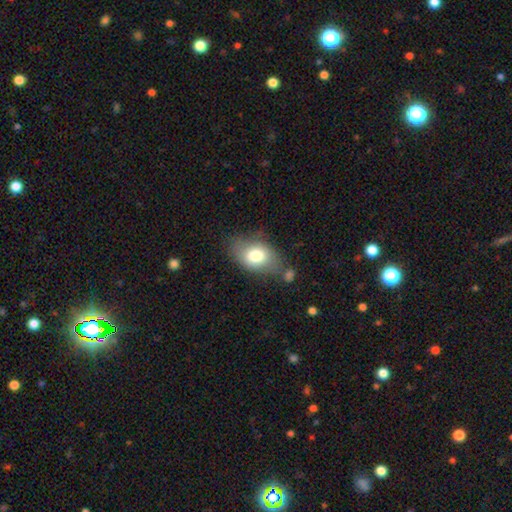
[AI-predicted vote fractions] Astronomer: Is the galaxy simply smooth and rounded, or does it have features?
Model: smooth — 75%.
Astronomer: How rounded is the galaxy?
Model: in between — 85%.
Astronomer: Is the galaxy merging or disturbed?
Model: none — 55%.